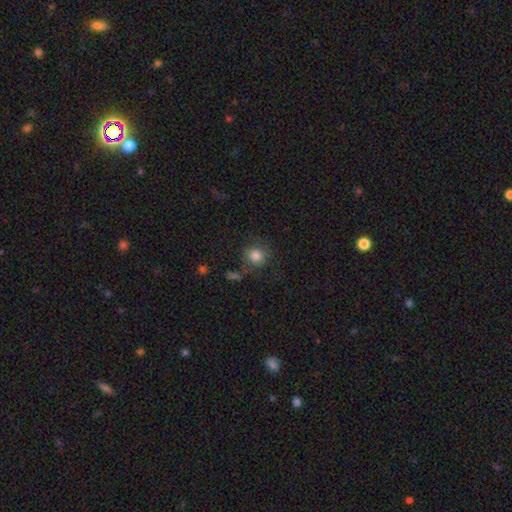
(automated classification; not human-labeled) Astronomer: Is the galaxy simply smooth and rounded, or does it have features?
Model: smooth — 82%.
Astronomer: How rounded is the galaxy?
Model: round — 87%.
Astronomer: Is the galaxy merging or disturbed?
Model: none — 77%.